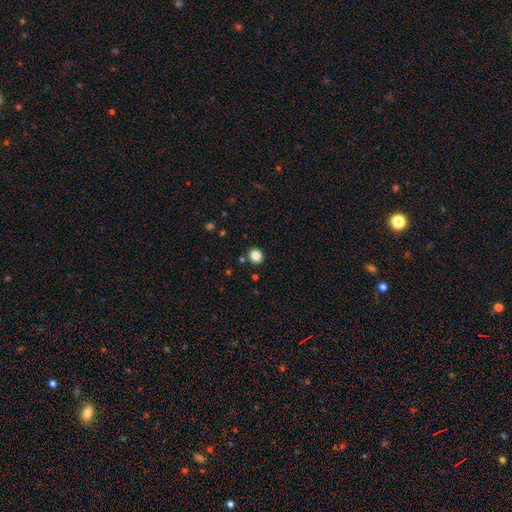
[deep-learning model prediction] A smooth galaxy with no disk features (85%) that is round (76%). Merging: none (89%).